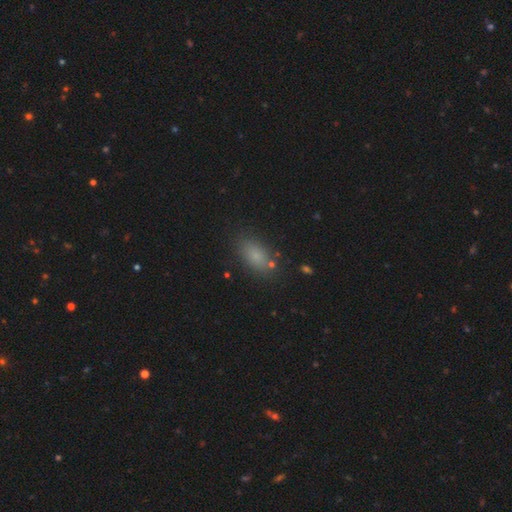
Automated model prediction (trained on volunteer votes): This is likely a smooth galaxy (78%). How rounded: clearly in between (86%). Merging: clearly none (81%).